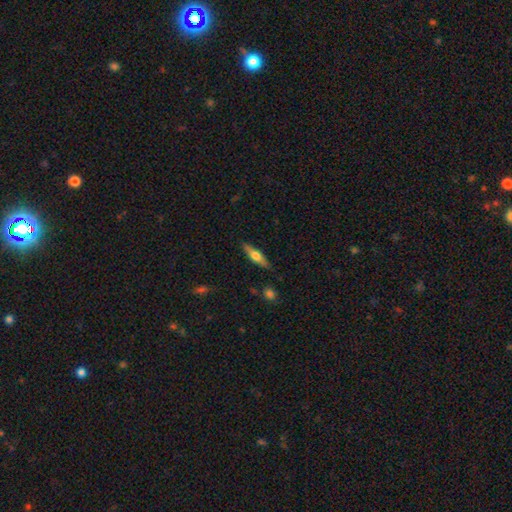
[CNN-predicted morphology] Smooth or featured? featured or disk (54%)
Edge-on disk? yes (93%)
Merging? none (85%)